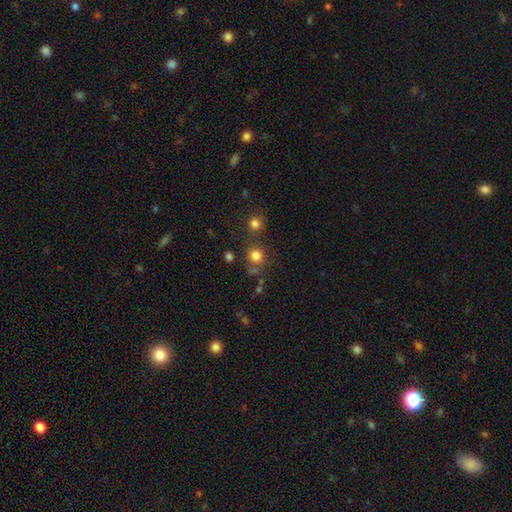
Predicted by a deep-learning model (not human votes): This is likely a smooth galaxy (79%). How rounded: clearly round (90%). Merging: likely none (70%).